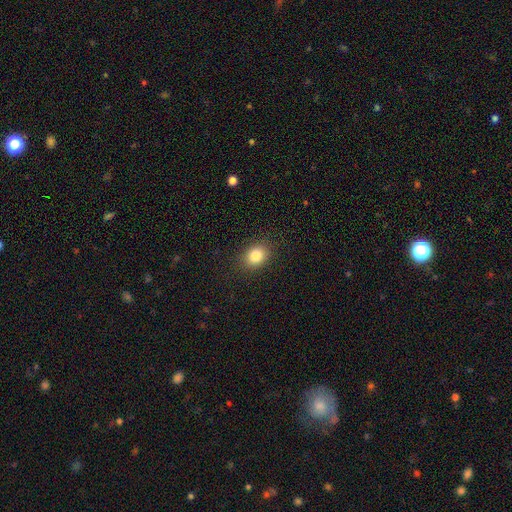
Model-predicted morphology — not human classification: This is clearly a smooth galaxy (84%). How rounded: possibly in between (56%). Merging: clearly none (87%).